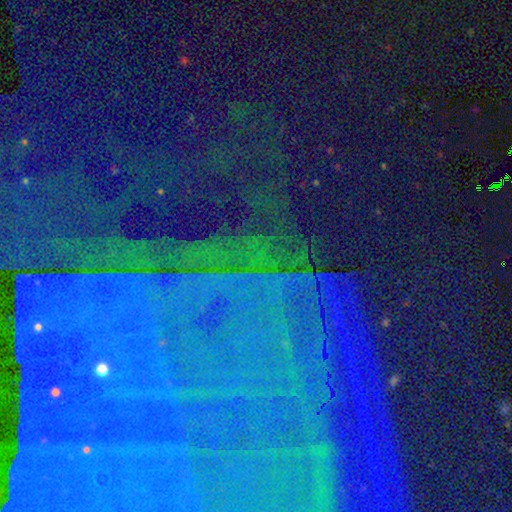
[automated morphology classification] Q: Smooth or featured?
A: star or artifact (84%); runner-up: featured or disk (8%)